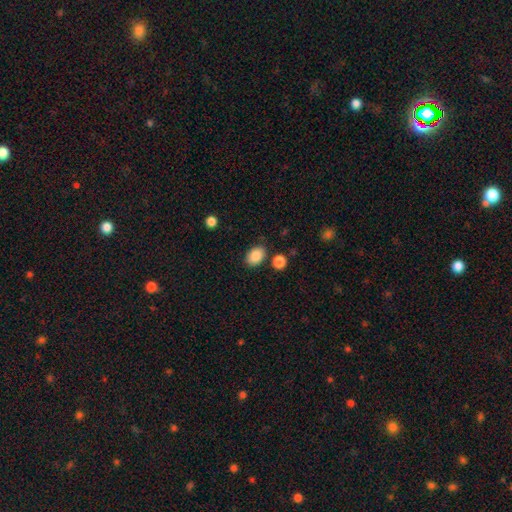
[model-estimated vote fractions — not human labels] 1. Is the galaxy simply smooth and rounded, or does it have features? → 88% smooth, 8% star or artifact, 4% featured or disk.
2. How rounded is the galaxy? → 81% in between, 18% round, 1% cigar-shaped.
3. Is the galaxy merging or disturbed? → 80% none, 12% minor disturbance, 5% merger, 3% major disturbance.